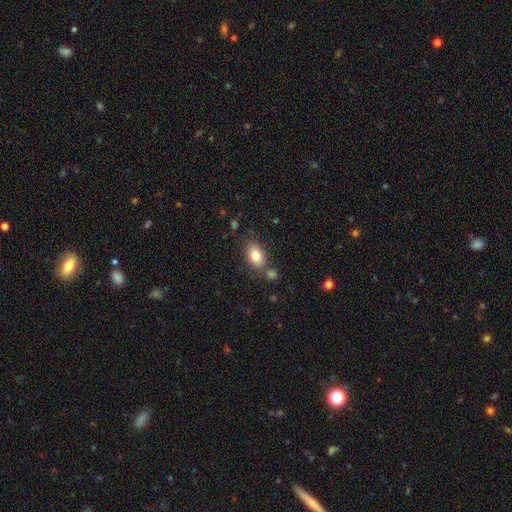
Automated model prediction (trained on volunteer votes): This is clearly a smooth galaxy (82%). How rounded: clearly in between (87%). Merging: likely none (71%).